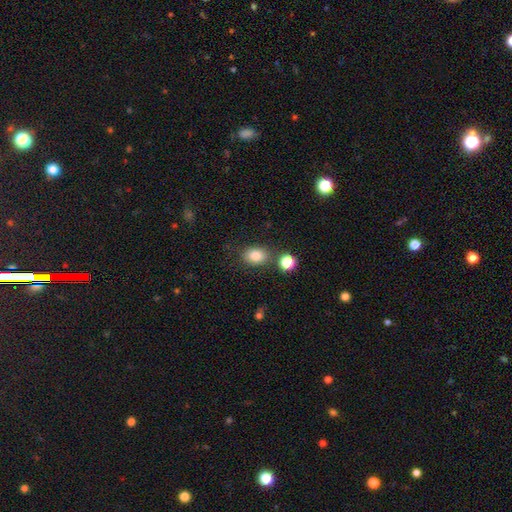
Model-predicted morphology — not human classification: This is clearly a smooth galaxy (83%). How rounded: likely in between (70%). Merging: likely none (73%).